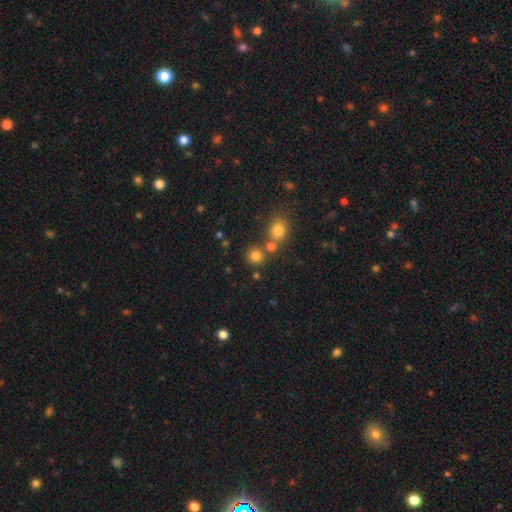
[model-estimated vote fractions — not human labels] Overall: smooth (77%). How rounded: round (87%). Merging: none (69%).